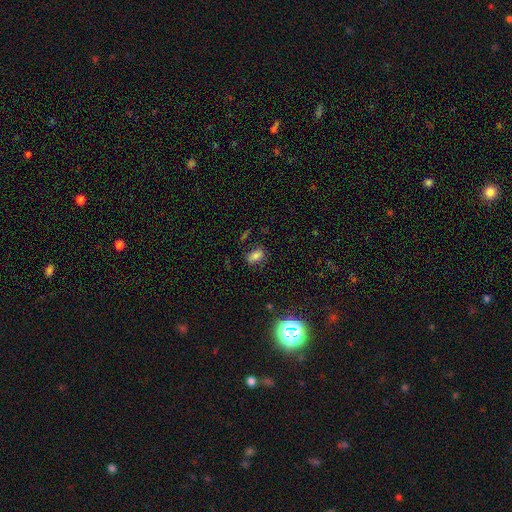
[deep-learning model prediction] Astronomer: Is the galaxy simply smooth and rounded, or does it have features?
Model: smooth — 74%.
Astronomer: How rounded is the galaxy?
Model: in between — 84%.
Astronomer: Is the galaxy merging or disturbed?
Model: none — 77%.